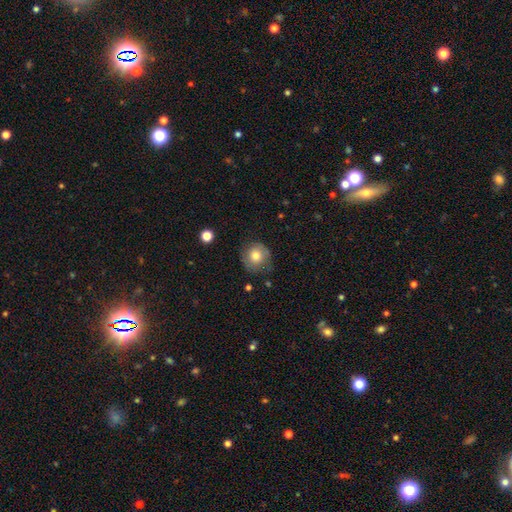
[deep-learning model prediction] This is likely a smooth galaxy (74%). How rounded: clearly round (87%). Merging: likely none (73%).